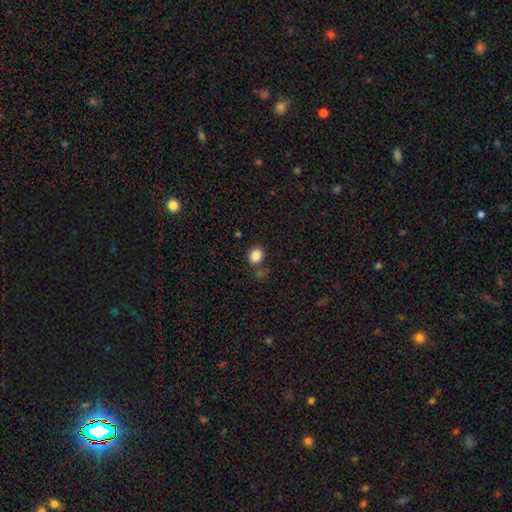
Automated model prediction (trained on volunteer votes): Smooth or featured? Predicted: smooth (p=0.86). How rounded? Predicted: round (p=0.63). Merging? Predicted: none (p=0.75).